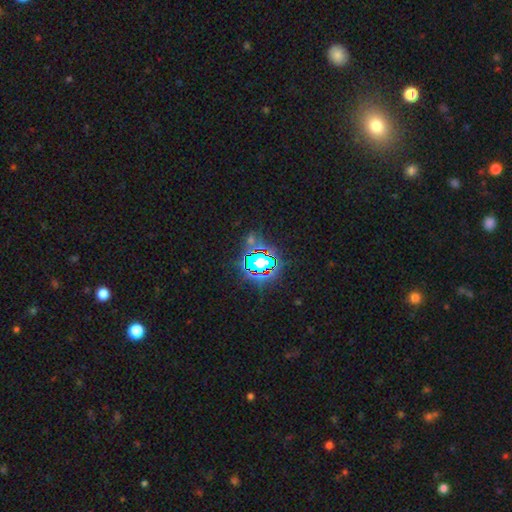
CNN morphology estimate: Smooth or featured? star or artifact (78%)